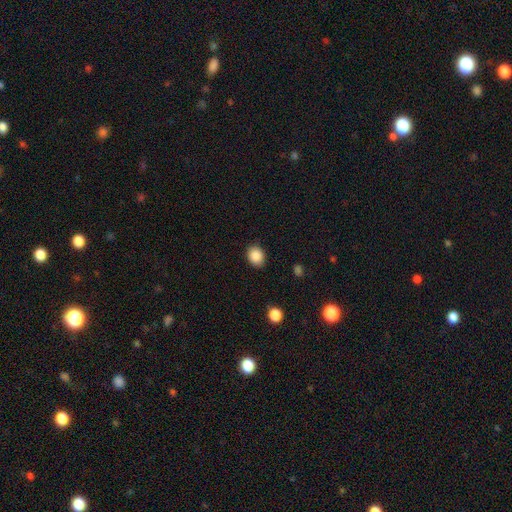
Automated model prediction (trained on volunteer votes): smooth 88%, star or artifact 9%, featured or disk 3%. Down the decision tree: how rounded — round (55%); merging — none (88%).